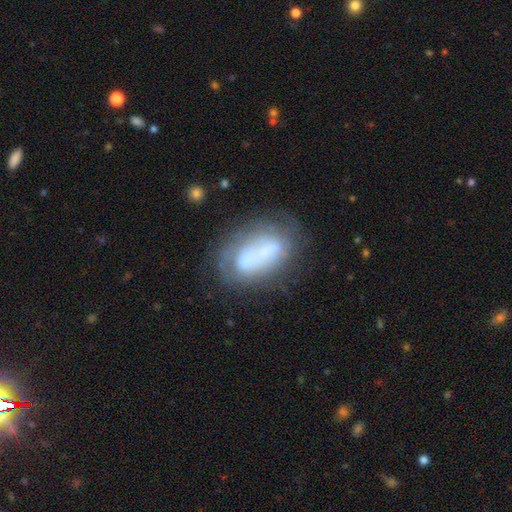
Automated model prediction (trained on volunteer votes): Overall: featured or disk (46%; smooth 43%). Merging: none (45%; minor disturbance 23%).